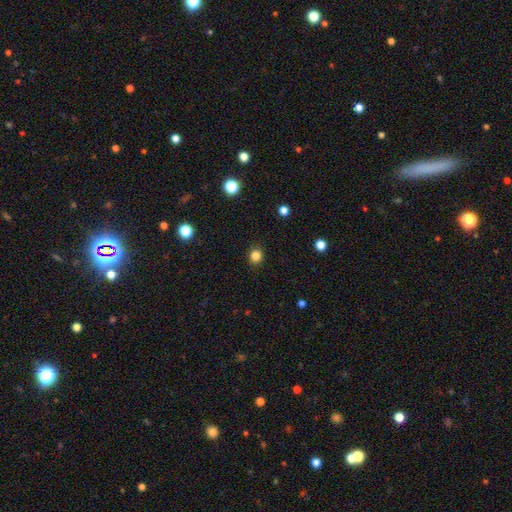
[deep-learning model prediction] A smooth galaxy with no disk features (83%) that is round (87%).

Vote fractions:
- Smooth or featured? smooth: 83% / star or artifact: 13% / featured or disk: 4%
- How rounded? round: 87% / in between: 12% / cigar-shaped: 1%
- Merging? none: 90% / minor disturbance: 7% / major disturbance: 2% / merger: 1%